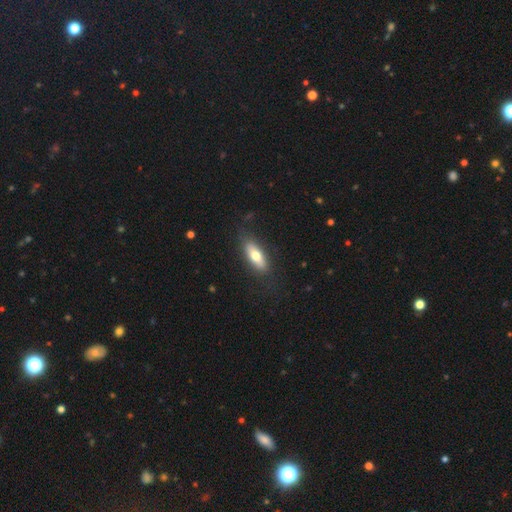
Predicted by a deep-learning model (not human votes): smooth-or-featured: smooth: 66% | featured or disk: 28% | star or artifact: 6%
  how-rounded: in between: 63% | cigar-shaped: 35% | round: 3%
  merging: none: 81% | minor disturbance: 13% | major disturbance: 4% | merger: 1%